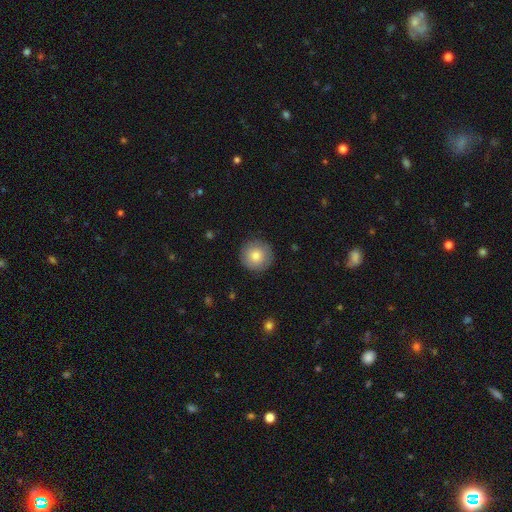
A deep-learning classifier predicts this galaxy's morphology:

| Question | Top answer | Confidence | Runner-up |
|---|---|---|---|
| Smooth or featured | smooth | 76% | featured or disk (16%) |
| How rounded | round | 96% | in between (4%) |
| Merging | none | 88% | minor disturbance (9%) |